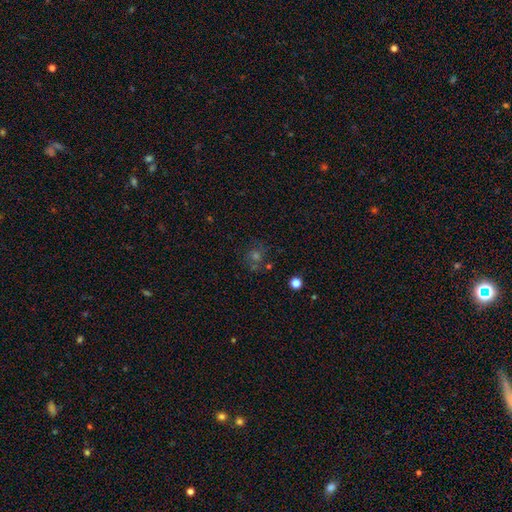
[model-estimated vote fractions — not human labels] A smooth galaxy with no disk features (39%). Merging: none (71%).